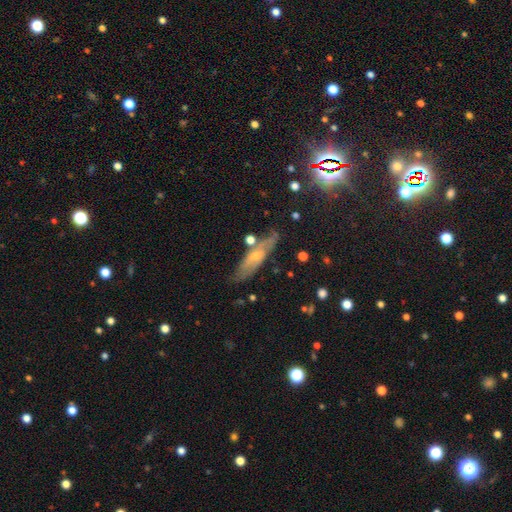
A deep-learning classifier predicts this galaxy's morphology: Smooth or featured? featured or disk (50%)
Edge-on disk? yes (51%)
Merging? none (69%)